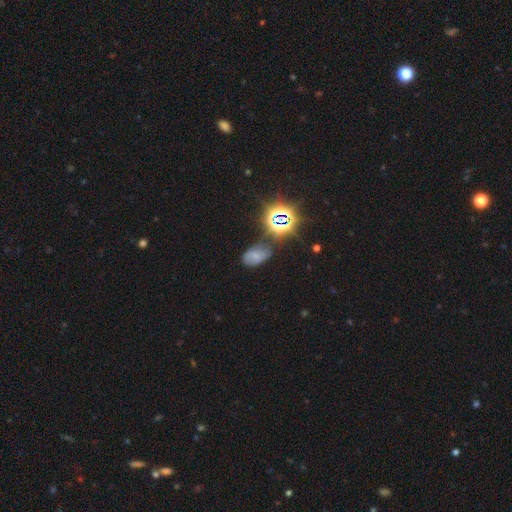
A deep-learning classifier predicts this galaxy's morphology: Smooth or featured? smooth (51%)
How rounded? in between (87%)
Merging? none (57%)